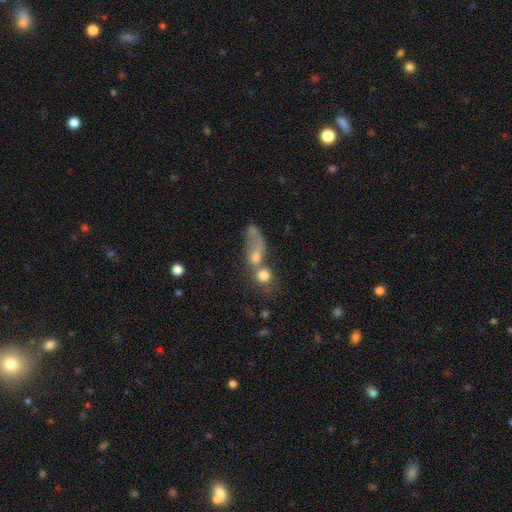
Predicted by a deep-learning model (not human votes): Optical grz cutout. It shows a smooth galaxy with no disk features (60%) that is in between round and cigar-shaped (49%). Merging: merger (56%).